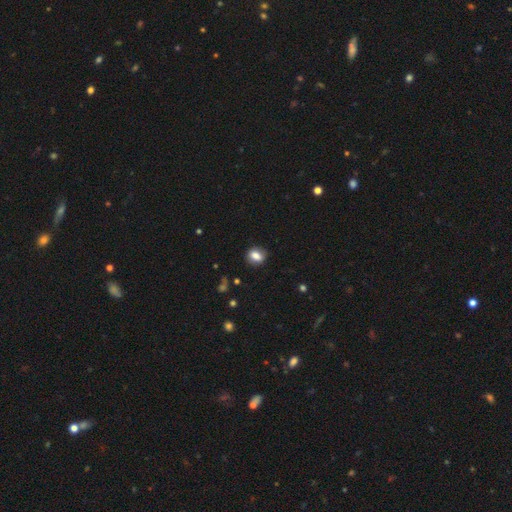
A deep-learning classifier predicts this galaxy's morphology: smooth-or-featured: smooth: 78% | featured or disk: 13% | star or artifact: 9%
  how-rounded: in between: 51% | round: 47% | cigar-shaped: 2%
  merging: none: 84% | minor disturbance: 12% | major disturbance: 3% | merger: 1%